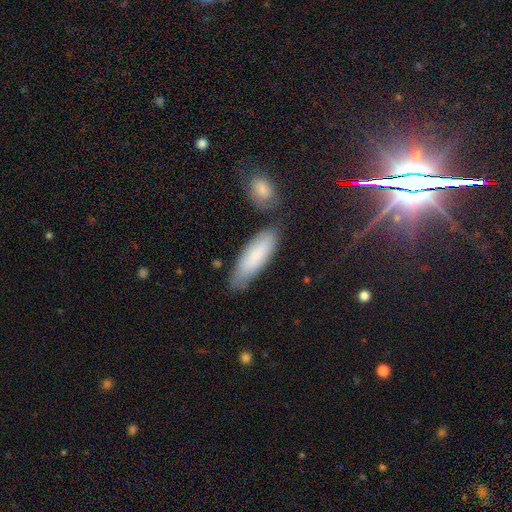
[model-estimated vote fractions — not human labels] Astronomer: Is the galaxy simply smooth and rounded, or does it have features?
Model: smooth — 82%.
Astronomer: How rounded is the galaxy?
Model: in between — 53% (runner-up: cigar-shaped, 45%).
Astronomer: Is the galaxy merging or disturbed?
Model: none — 73%.